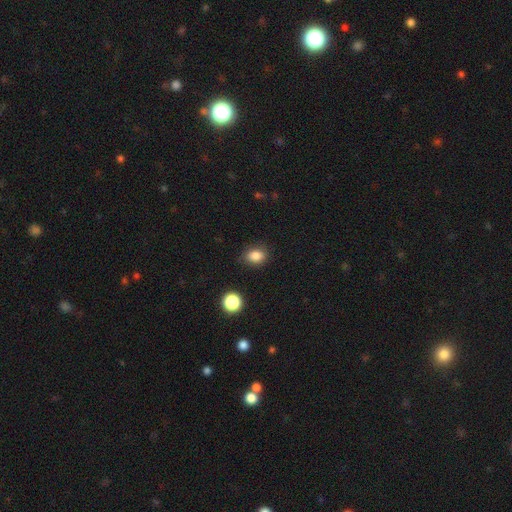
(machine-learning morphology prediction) Smooth or featured: smooth — 84% (star or artifact — 11%)
How rounded: in between — 64% (round — 35%)
Merging: none — 80% (minor disturbance — 15%)